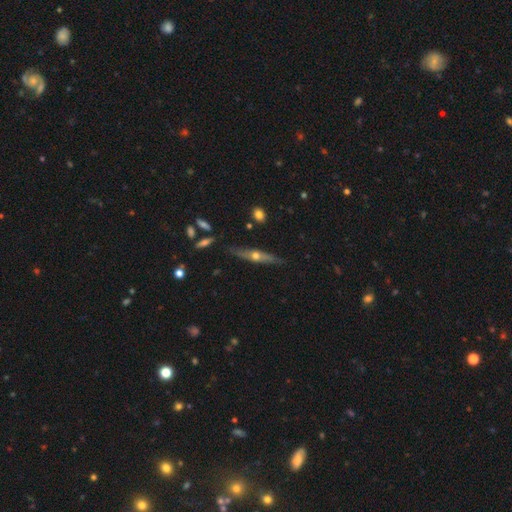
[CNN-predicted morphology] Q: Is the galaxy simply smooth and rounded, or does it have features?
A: featured or disk — 65%.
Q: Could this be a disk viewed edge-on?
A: yes — 92%.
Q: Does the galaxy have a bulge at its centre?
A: rounded — 92%.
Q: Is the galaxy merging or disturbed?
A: none — 83%.